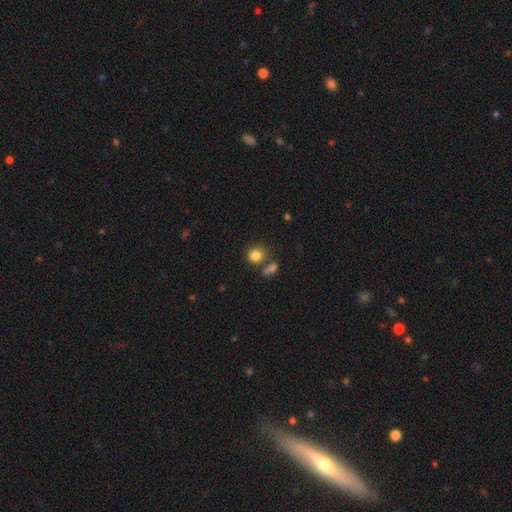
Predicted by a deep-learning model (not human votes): Morphology: type=smooth (83%); roundness=round (85%); merging=none (66%).